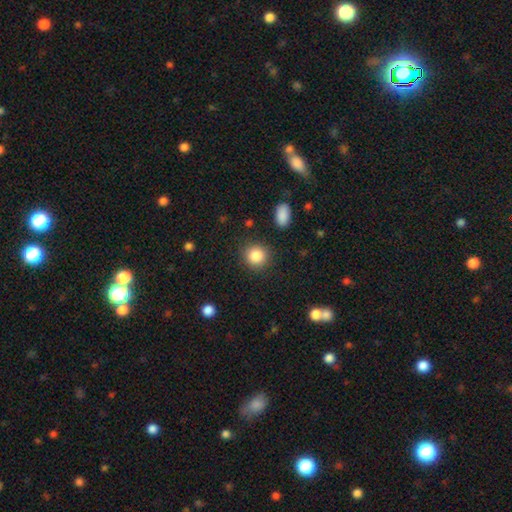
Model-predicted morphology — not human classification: Smooth or featured: smooth — 86% (star or artifact — 9%)
How rounded: round — 88% (in between — 11%)
Merging: none — 87% (minor disturbance — 8%)